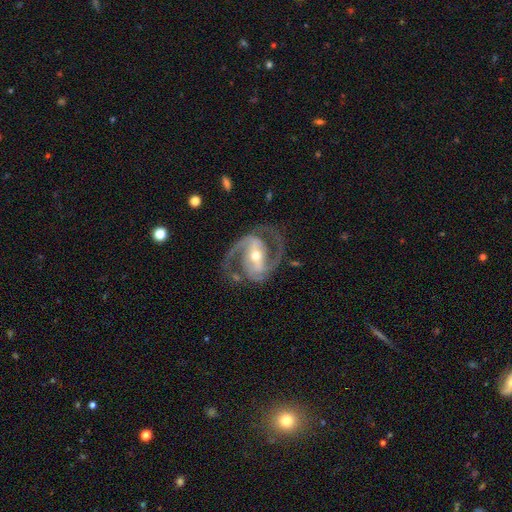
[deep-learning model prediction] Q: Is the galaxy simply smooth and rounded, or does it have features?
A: featured or disk — 93%.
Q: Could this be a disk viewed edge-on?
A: no — 97%.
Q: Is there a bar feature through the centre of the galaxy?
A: strong — 56%.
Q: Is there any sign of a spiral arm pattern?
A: yes — 98%.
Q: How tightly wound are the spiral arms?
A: medium — 63%.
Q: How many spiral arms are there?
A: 2 — 93%.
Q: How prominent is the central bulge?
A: moderate — 60%.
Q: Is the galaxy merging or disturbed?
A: none — 79%.